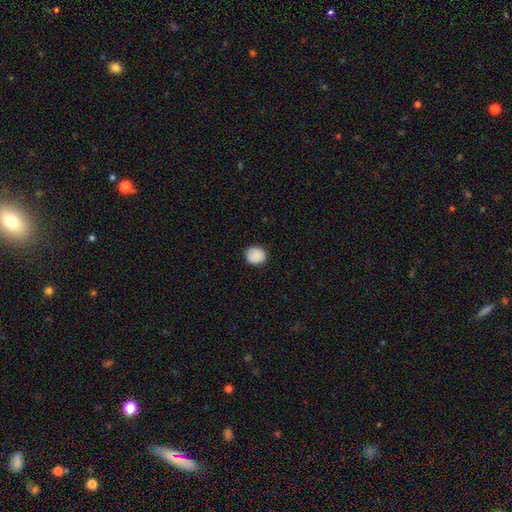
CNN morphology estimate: Smooth or featured?
  - smooth: 87% *
  - star or artifact: 8%
  - featured or disk: 5%
How rounded?
  - round: 81% *
  - in between: 18%
  - cigar-shaped: 1%
Merging?
  - none: 87% *
  - minor disturbance: 10%
  - major disturbance: 2%
  - merger: 1%